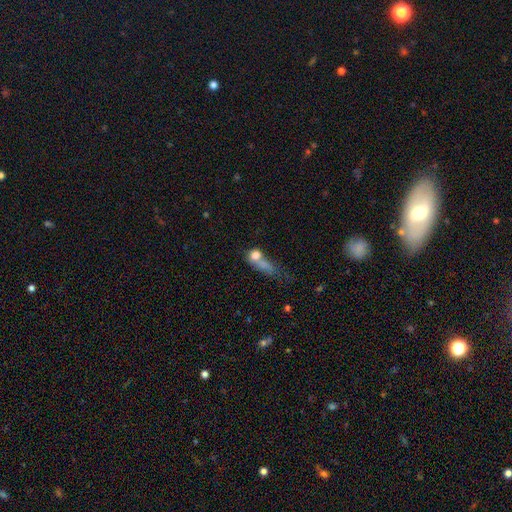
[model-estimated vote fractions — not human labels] A smooth galaxy with no disk features (69%) that is in between round and cigar-shaped (44%).

Vote fractions:
- Smooth or featured? smooth: 69% / featured or disk: 19% / star or artifact: 12%
- How rounded? in between: 44% / round: 43% / cigar-shaped: 13%
- Merging? merger: 38% / major disturbance: 26% / none: 22% / minor disturbance: 14%